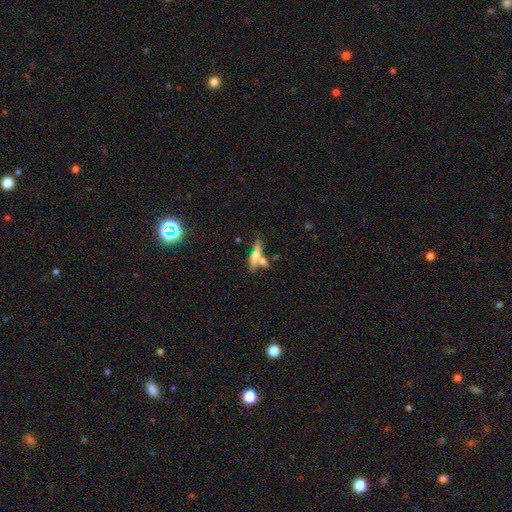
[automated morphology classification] Smooth or featured? smooth (52%)
How rounded? cigar-shaped (72%)
Merging? none (45%)